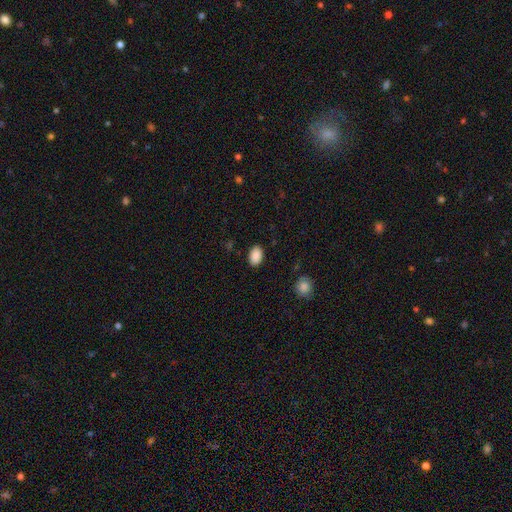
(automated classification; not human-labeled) A smooth galaxy with no disk features (89%) that is in between round and cigar-shaped (87%). Merging: none (88%).